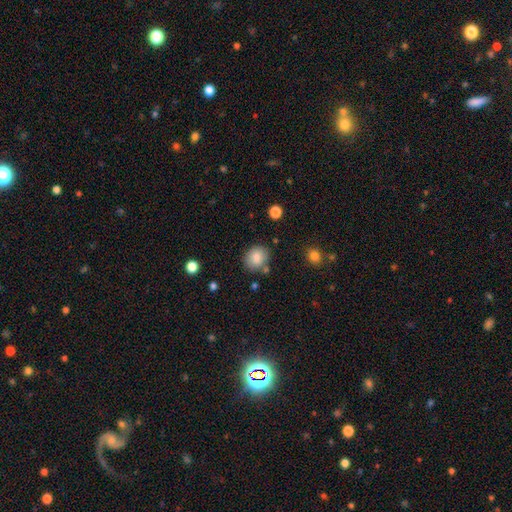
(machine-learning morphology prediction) A smooth galaxy with no disk features (82%) that is round (66%).

Vote fractions:
- Smooth or featured? smooth: 82% / star or artifact: 11% / featured or disk: 7%
- How rounded? round: 66% / in between: 33% / cigar-shaped: 1%
- Merging? none: 81% / minor disturbance: 11% / merger: 5% / major disturbance: 3%